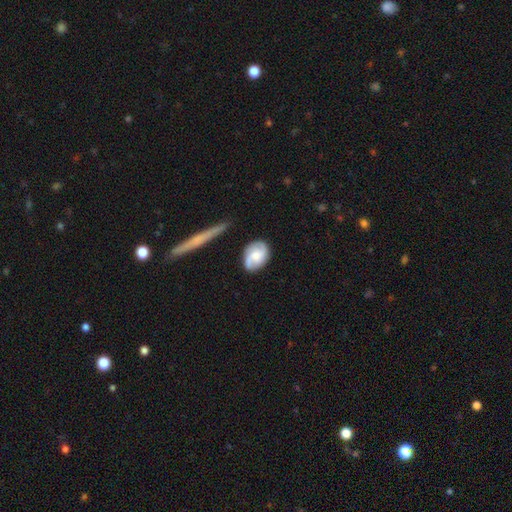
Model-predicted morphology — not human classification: smooth-or-featured: featured or disk: 61% | smooth: 33% | star or artifact: 6%
  disk-edge-on: no: 96% | yes: 4%
    bar: no: 64% | weak: 30% | strong: 6%
    has-spiral-arms: yes: 92% | no: 8%
      spiral-winding: medium: 45% | tight: 33% | loose: 22%
      spiral-arm-count: 2: 51% | 3: 27% | can't tell: 12% | 4: 4% | 1: 4% | more than 4: 2%
    bulge-size: moderate: 46% | small: 26% | large: 13% | none: 12% | dominant: 2%
  merging: none: 73% | minor disturbance: 18% | major disturbance: 5% | merger: 3%